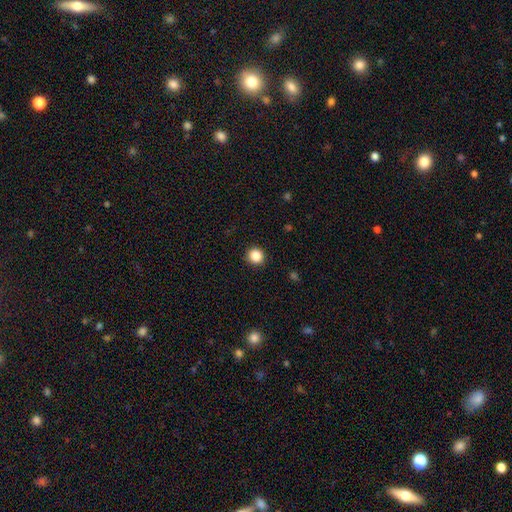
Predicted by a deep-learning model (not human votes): The model was most divided on "smooth or featured": smooth: 86%, star or artifact: 10%, featured or disk: 4%. More confident: how rounded — round (92%); merging — none (92%).